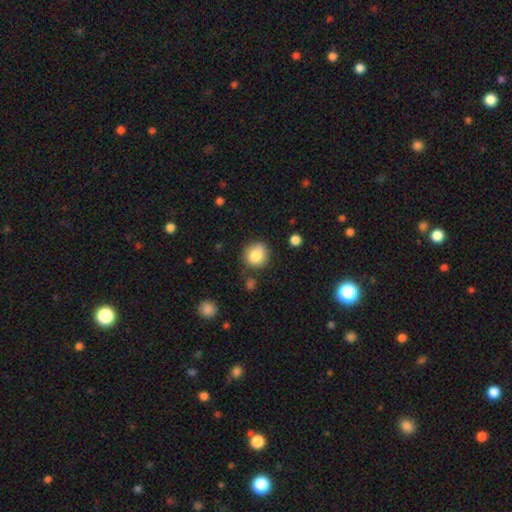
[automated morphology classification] Q: Smooth or featured?
A: smooth (84%); runner-up: star or artifact (9%)
Q: How rounded?
A: round (86%); runner-up: in between (13%)
Q: Merging?
A: none (79%); runner-up: minor disturbance (13%)